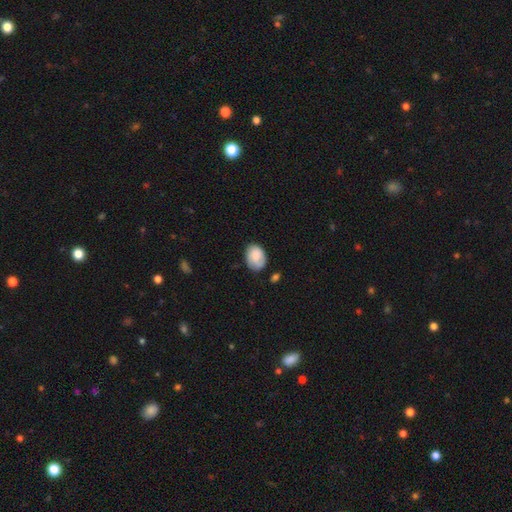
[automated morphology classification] smooth-or-featured: smooth: 76% | featured or disk: 17% | star or artifact: 7%
  how-rounded: in between: 73% | round: 26% | cigar-shaped: 1%
  merging: none: 65% | minor disturbance: 26% | major disturbance: 6% | merger: 3%